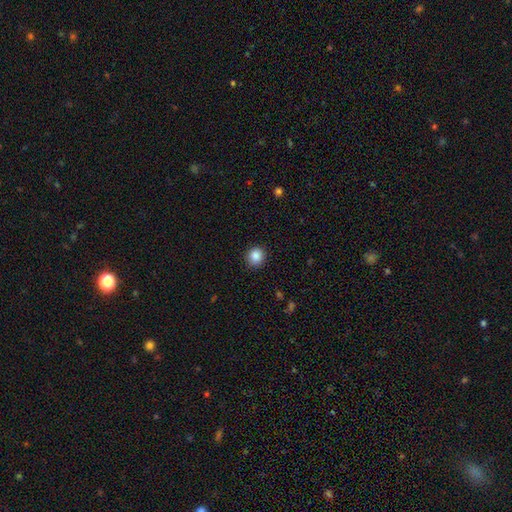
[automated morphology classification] smooth_or_featured: smooth (p=0.87) [alt: star or artifact p=0.09]
how_rounded: round (p=0.84) [alt: in between p=0.15]
merging: none (p=0.90) [alt: minor disturbance p=0.07]